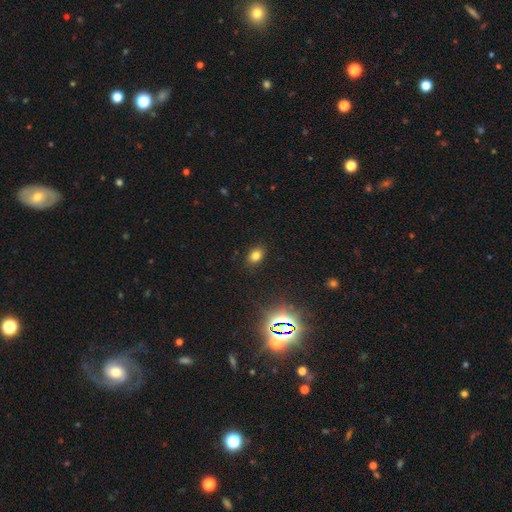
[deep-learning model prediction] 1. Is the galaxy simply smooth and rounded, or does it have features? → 76% smooth, 17% star or artifact, 7% featured or disk.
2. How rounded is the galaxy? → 71% in between, 28% round, 1% cigar-shaped.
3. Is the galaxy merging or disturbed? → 87% none, 9% minor disturbance, 3% major disturbance, 1% merger.